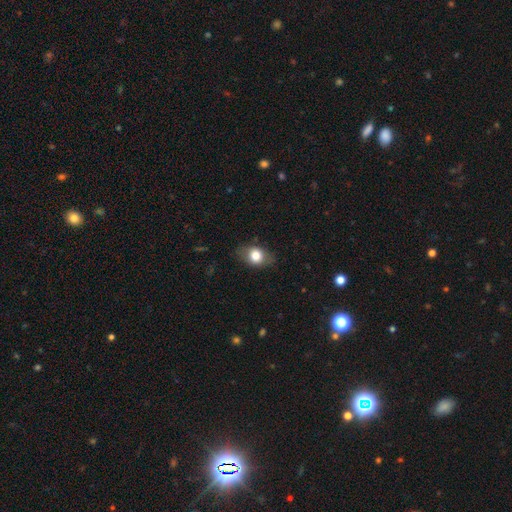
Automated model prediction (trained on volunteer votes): Morphology: type=smooth (74%); roundness=in between (69%); merging=none (79%).